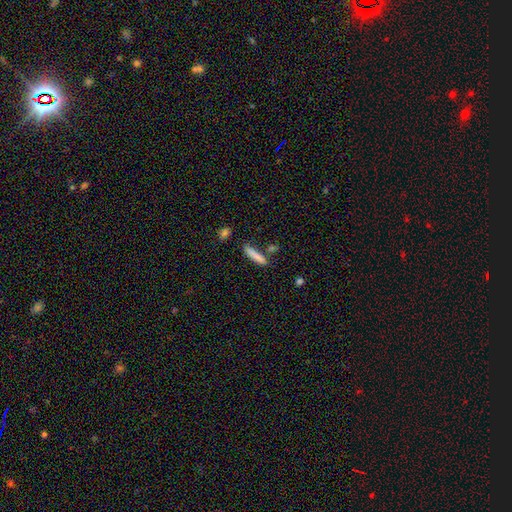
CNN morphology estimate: The model was most divided on "merging": none: 76%, minor disturbance: 13%, merger: 8%, major disturbance: 3%. More confident: how rounded — cigar-shaped (88%); smooth or featured — smooth (82%).